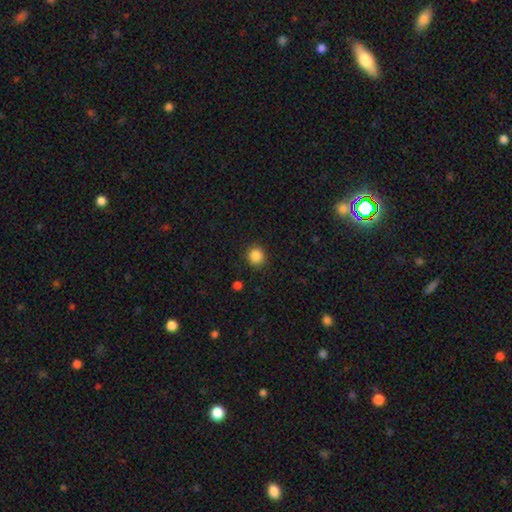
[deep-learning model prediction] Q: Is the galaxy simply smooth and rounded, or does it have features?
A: smooth — 87%.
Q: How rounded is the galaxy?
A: round — 90%.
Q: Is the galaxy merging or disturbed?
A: none — 90%.